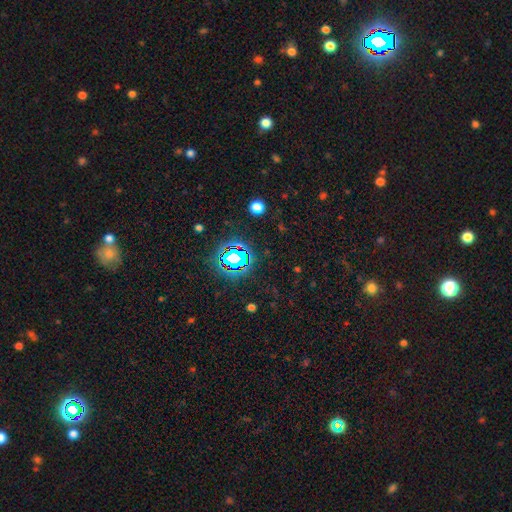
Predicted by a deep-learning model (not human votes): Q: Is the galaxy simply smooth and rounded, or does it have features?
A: star or artifact — 80%.